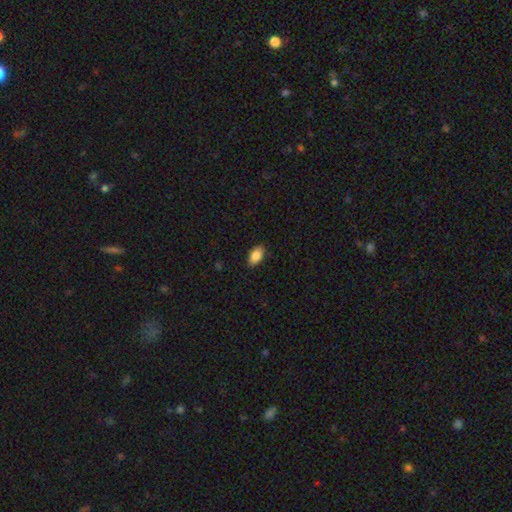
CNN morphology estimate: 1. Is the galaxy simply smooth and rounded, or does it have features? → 86% smooth, 7% star or artifact, 7% featured or disk.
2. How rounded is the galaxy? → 93% in between, 4% round, 2% cigar-shaped.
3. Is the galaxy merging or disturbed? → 88% none, 9% minor disturbance, 2% major disturbance, 1% merger.